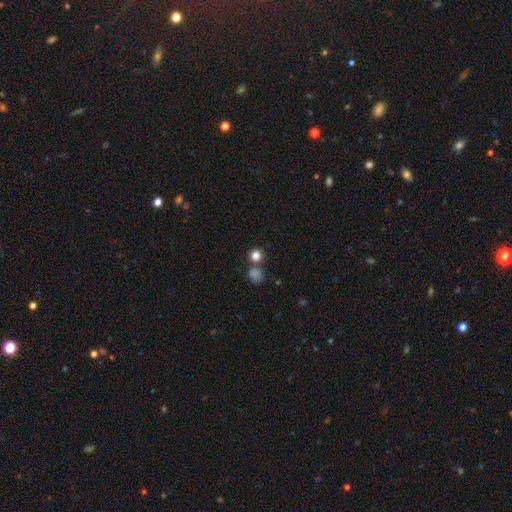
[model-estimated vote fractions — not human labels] Smooth or featured? Predicted: smooth (p=0.80). How rounded? Predicted: round (p=0.90). Merging? Predicted: none (p=0.66).